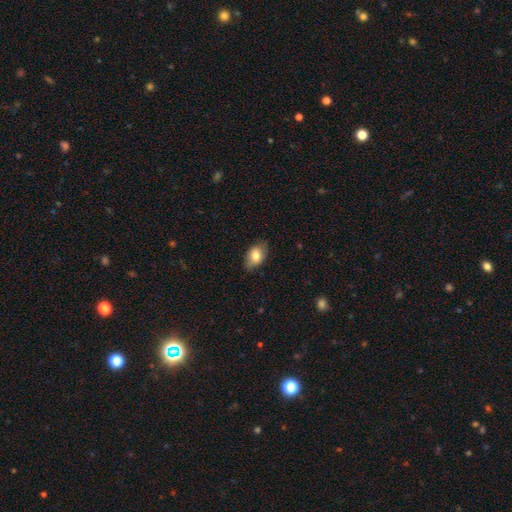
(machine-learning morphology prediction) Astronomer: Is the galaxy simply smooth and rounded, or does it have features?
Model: smooth — 79%.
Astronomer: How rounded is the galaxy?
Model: in between — 87%.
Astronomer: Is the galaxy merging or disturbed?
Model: none — 78%.